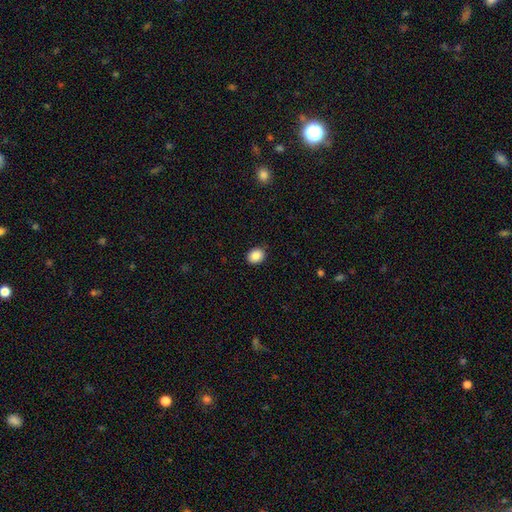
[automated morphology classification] Smooth or featured?
  - smooth: 87% *
  - star or artifact: 9%
  - featured or disk: 4%
How rounded?
  - round: 57% *
  - in between: 42%
  - cigar-shaped: 1%
Merging?
  - none: 89% *
  - minor disturbance: 8%
  - major disturbance: 2%
  - merger: 1%